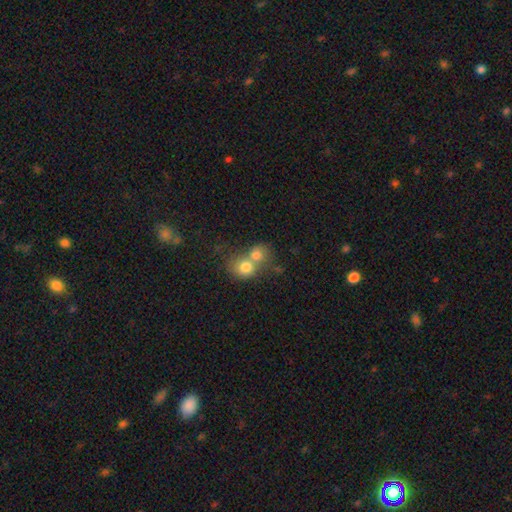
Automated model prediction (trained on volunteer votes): Smooth or featured? Predicted: smooth (p=0.62). How rounded? Predicted: round (p=0.74). Merging? Predicted: merger (p=0.54).